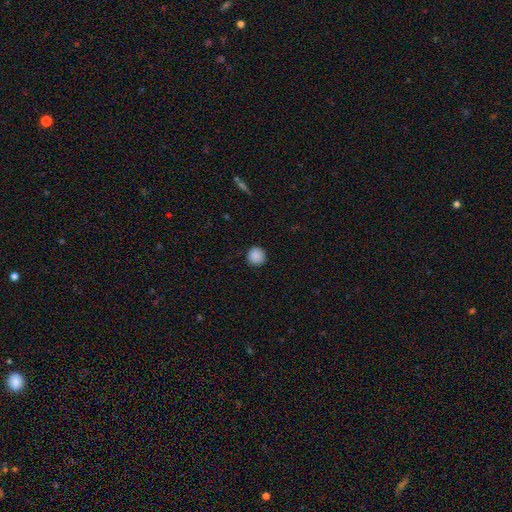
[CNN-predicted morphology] Smooth or featured: smooth — 88% (star or artifact — 9%)
How rounded: round — 94% (in between — 5%)
Merging: none — 91% (minor disturbance — 6%)